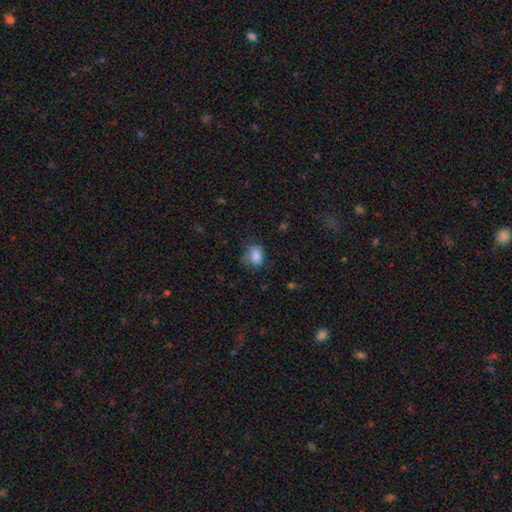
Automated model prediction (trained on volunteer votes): Smooth or featured?
  - smooth: 82% *
  - star or artifact: 9%
  - featured or disk: 8%
How rounded?
  - in between: 71% *
  - round: 27%
  - cigar-shaped: 1%
Merging?
  - none: 57% *
  - minor disturbance: 28%
  - major disturbance: 13%
  - merger: 2%